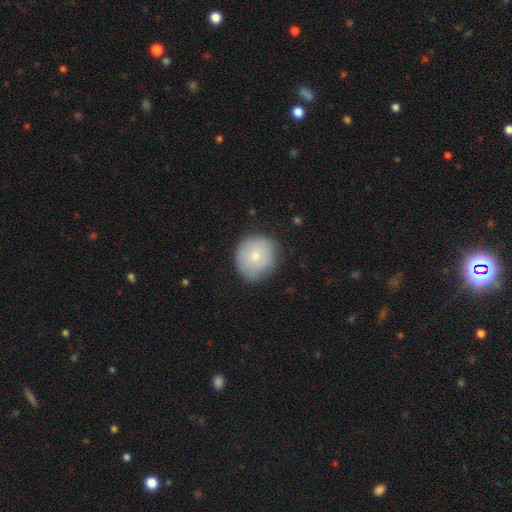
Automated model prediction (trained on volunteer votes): A smooth galaxy with no disk features (75%) that is round (87%).

Vote fractions:
- Smooth or featured? smooth: 75% / featured or disk: 18% / star or artifact: 7%
- How rounded? round: 87% / in between: 12% / cigar-shaped: 1%
- Merging? none: 75% / minor disturbance: 20% / major disturbance: 4% / merger: 1%